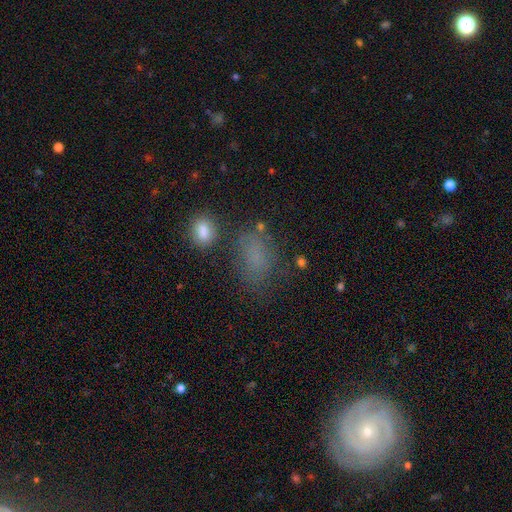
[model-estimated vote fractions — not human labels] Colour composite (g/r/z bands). It shows a smooth galaxy with no disk features (68%) that is in between round and cigar-shaped (77%). Merging: none (58%).